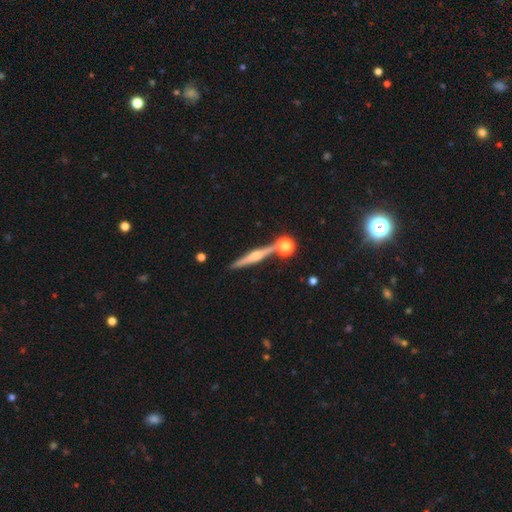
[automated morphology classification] smooth_or_featured: featured or disk (p=0.70) [alt: smooth p=0.22]
disk_edge_on: yes (p=0.97) [alt: no p=0.03]
edge_on_bulge: rounded (p=0.83) [alt: boxy p=0.11]
merging: none (p=0.80) [alt: merger p=0.10]